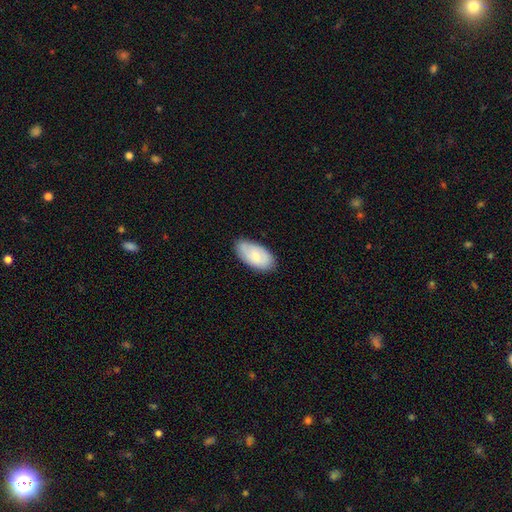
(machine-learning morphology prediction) Smooth or featured?
  - smooth: 76% *
  - featured or disk: 18%
  - star or artifact: 6%
How rounded?
  - in between: 95% *
  - cigar-shaped: 3%
  - round: 2%
Merging?
  - none: 80% *
  - minor disturbance: 17%
  - major disturbance: 3%
  - merger: 1%